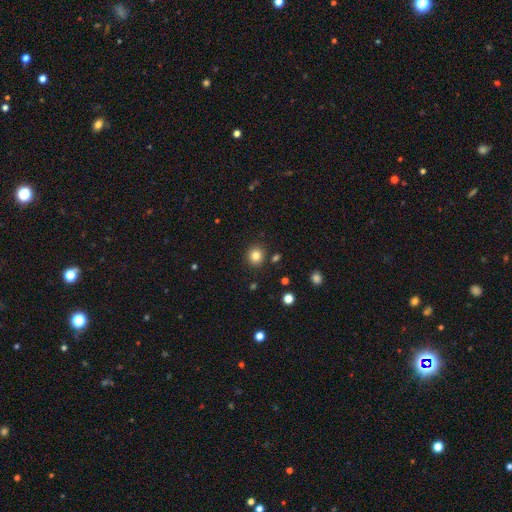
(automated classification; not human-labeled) This is clearly a smooth galaxy (82%). How rounded: clearly round (86%). Merging: clearly none (89%).